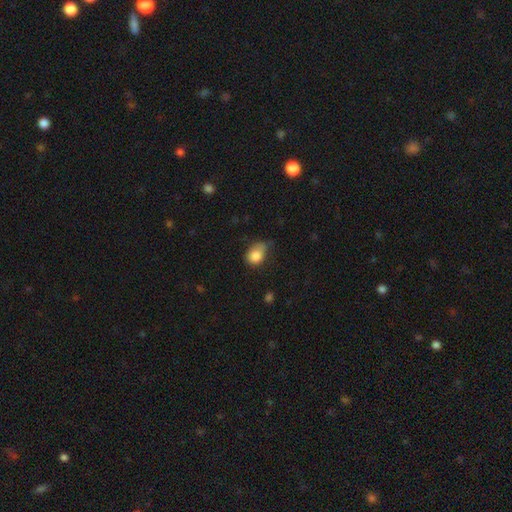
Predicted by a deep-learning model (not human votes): This appears to be a smooth galaxy with no disk features (83%) that is in between round and cigar-shaped (59%). Merging: minor disturbance (45%).